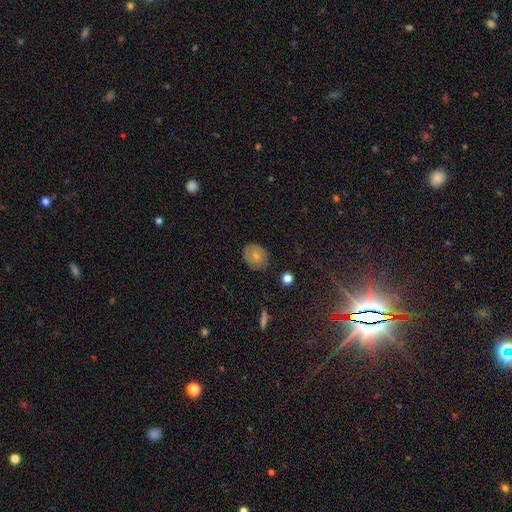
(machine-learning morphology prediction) This appears to be a smooth galaxy with no disk features (62%) that is round (62%). Merging: none (79%).